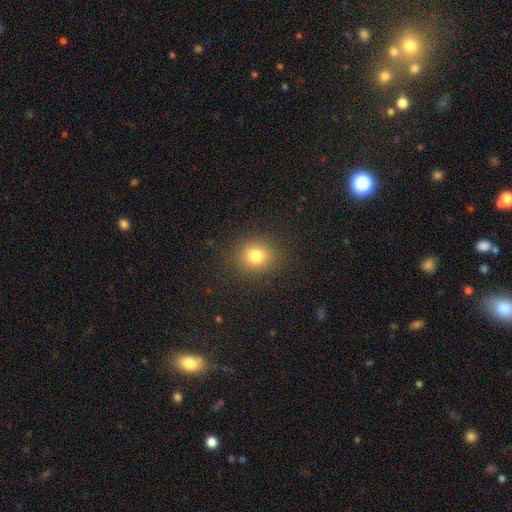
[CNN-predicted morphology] Smooth or featured?
  - smooth: 78% *
  - star or artifact: 13%
  - featured or disk: 8%
How rounded?
  - round: 79% *
  - in between: 20%
  - cigar-shaped: 1%
Merging?
  - none: 87% *
  - minor disturbance: 9%
  - major disturbance: 4%
  - merger: 1%